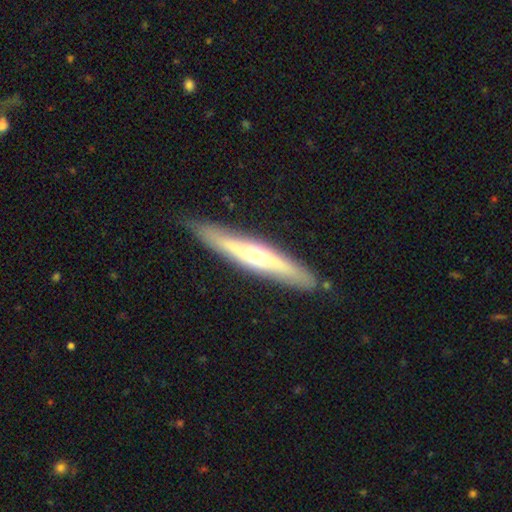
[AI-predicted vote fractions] smooth_or_featured: featured or disk (p=0.61) [alt: smooth p=0.34]
disk_edge_on: yes (p=0.83) [alt: no p=0.17]
edge_on_bulge: rounded (p=0.82) [alt: none p=0.15]
merging: none (p=0.85) [alt: minor disturbance p=0.11]